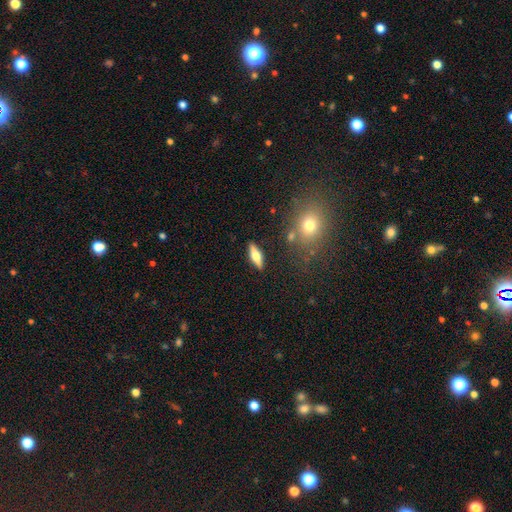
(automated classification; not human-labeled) This appears to be a featured or disk galaxy (53%) viewed edge-on (92%). Merging: none (86%).